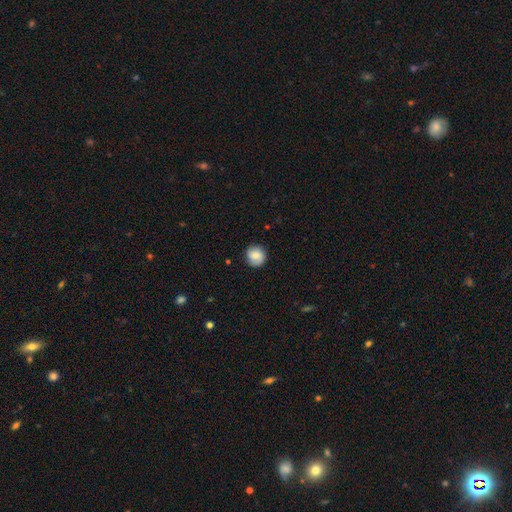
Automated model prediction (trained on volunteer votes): A smooth galaxy with no disk features (71%) that is round (89%). Merging: none (83%).